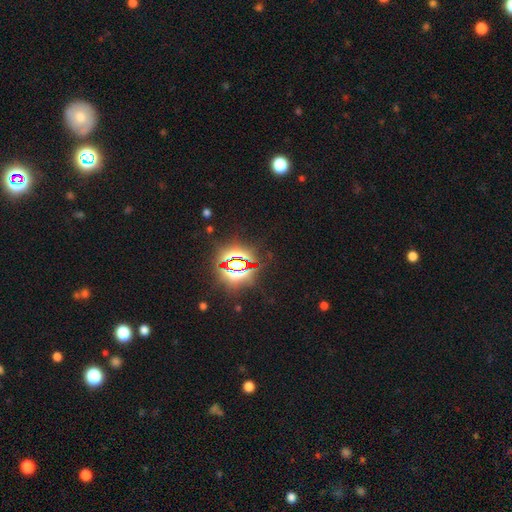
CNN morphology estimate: Smooth or featured?
  - star or artifact: 85% *
  - smooth: 9%
  - featured or disk: 6%